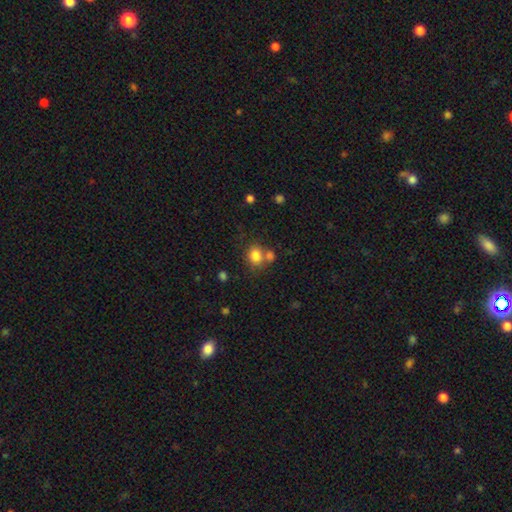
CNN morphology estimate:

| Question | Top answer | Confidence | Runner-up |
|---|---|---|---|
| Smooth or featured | smooth | 81% | star or artifact (11%) |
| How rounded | round | 66% | in between (33%) |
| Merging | none | 55% | merger (29%) |